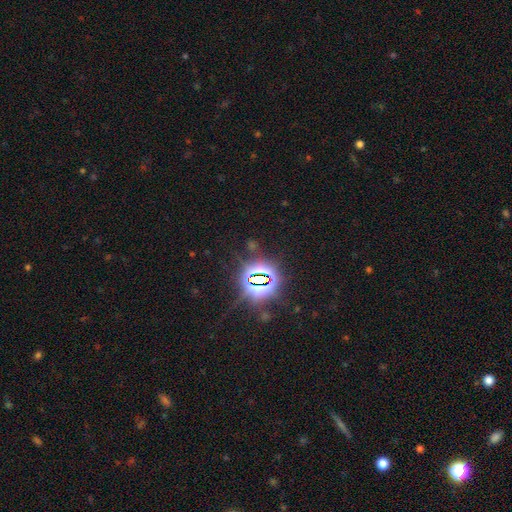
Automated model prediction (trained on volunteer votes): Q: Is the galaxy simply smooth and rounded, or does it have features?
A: star or artifact — 83%.